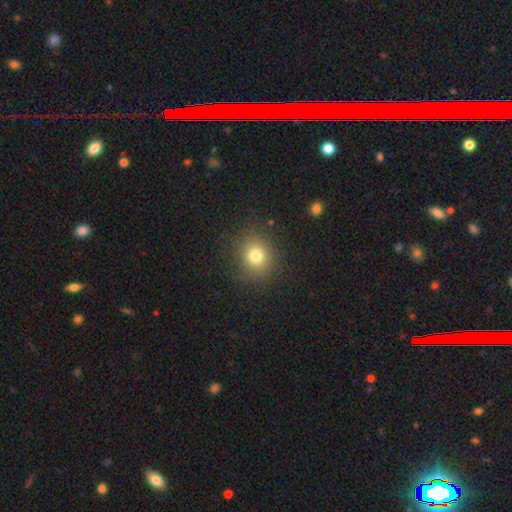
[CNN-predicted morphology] This is likely a smooth galaxy (76%). How rounded: clearly round (83%). Merging: clearly none (86%).